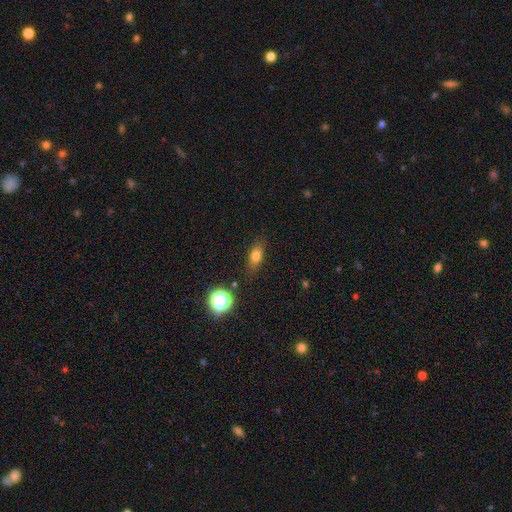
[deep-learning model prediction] A smooth galaxy with no disk features (72%) that is in between round and cigar-shaped (70%).

Vote fractions:
- Smooth or featured? smooth: 72% / star or artifact: 14% / featured or disk: 14%
- How rounded? in between: 70% / cigar-shaped: 15% / round: 15%
- Merging? none: 81% / minor disturbance: 13% / major disturbance: 3% / merger: 2%